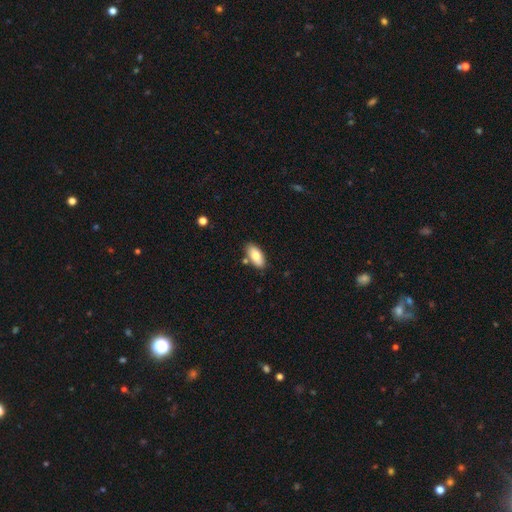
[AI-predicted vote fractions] Q: Smooth or featured?
A: smooth (79%); runner-up: featured or disk (14%)
Q: How rounded?
A: in between (92%); runner-up: cigar-shaped (6%)
Q: Merging?
A: none (79%); runner-up: minor disturbance (12%)